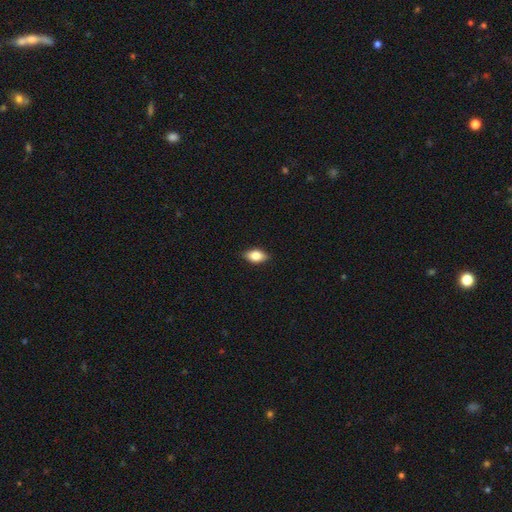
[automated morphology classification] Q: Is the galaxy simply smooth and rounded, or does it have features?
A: smooth — 78%.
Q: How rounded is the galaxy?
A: in between — 88%.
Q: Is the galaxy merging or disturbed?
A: none — 87%.